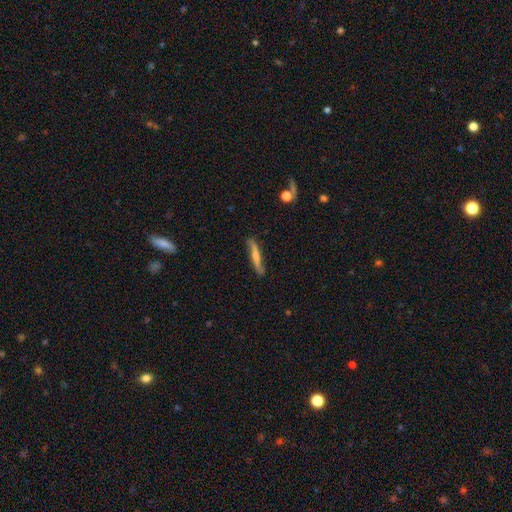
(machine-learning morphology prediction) Smooth or featured?
  - smooth: 51% *
  - featured or disk: 43%
  - star or artifact: 6%
How rounded?
  - cigar-shaped: 91% *
  - in between: 7%
  - round: 2%
Merging?
  - none: 77% *
  - minor disturbance: 18%
  - major disturbance: 4%
  - merger: 2%